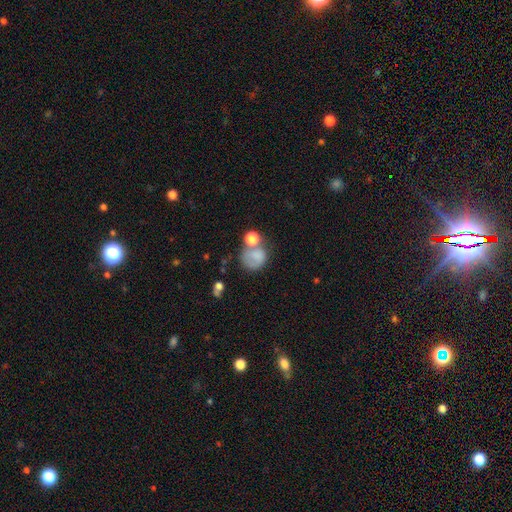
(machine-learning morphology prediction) The model was most divided on "merging": none: 38%, merger: 23%, minor disturbance: 20%, major disturbance: 19%. More confident: smooth or featured — smooth (72%); how rounded — round (71%).